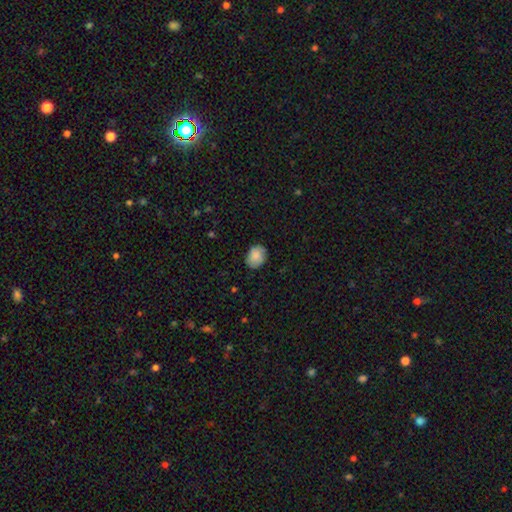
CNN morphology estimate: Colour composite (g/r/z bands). It shows a smooth galaxy with no disk features (85%) that is in between round and cigar-shaped (59%). Merging: none (81%).